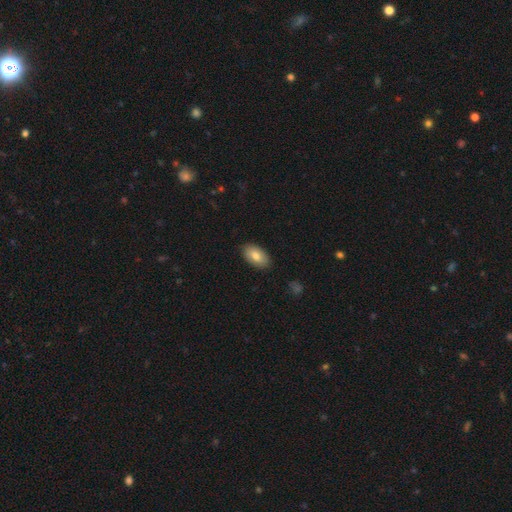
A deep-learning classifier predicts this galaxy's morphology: smooth_or_featured: smooth (p=0.79) [alt: featured or disk p=0.14]
how_rounded: in between (p=0.94) [alt: round p=0.04]
merging: none (p=0.87) [alt: minor disturbance p=0.10]